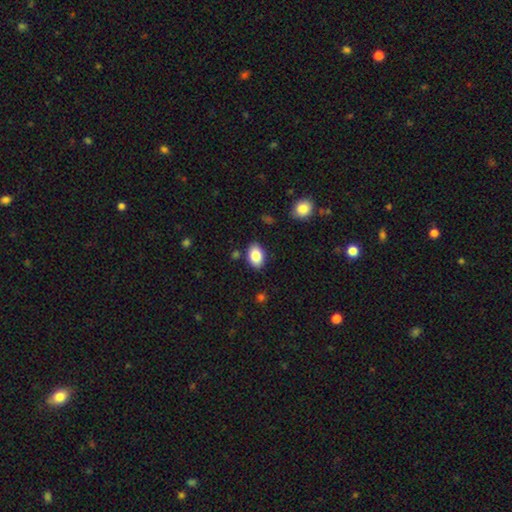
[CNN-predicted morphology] smooth 85%, star or artifact 8%, featured or disk 7%. Down the decision tree: how rounded — in between (86%); merging — none (85%).